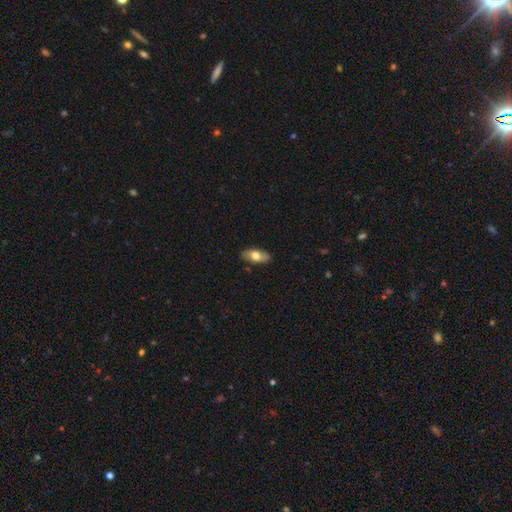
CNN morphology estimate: Q: Smooth or featured?
A: smooth (65%); runner-up: featured or disk (29%)
Q: How rounded?
A: in between (88%); runner-up: cigar-shaped (8%)
Q: Merging?
A: none (86%); runner-up: minor disturbance (11%)